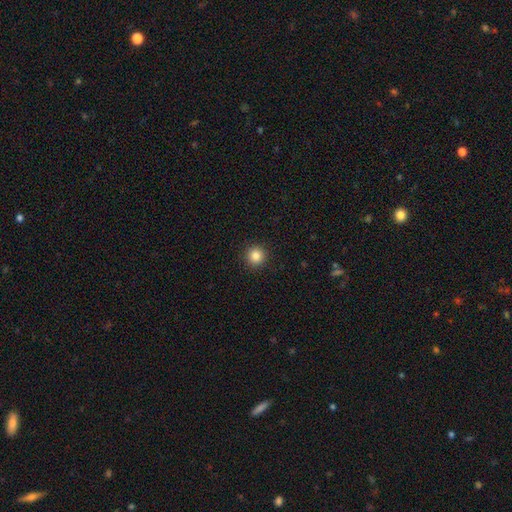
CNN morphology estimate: smooth 84%, star or artifact 11%, featured or disk 5%. Down the decision tree: how rounded — round (95%); merging — none (93%).